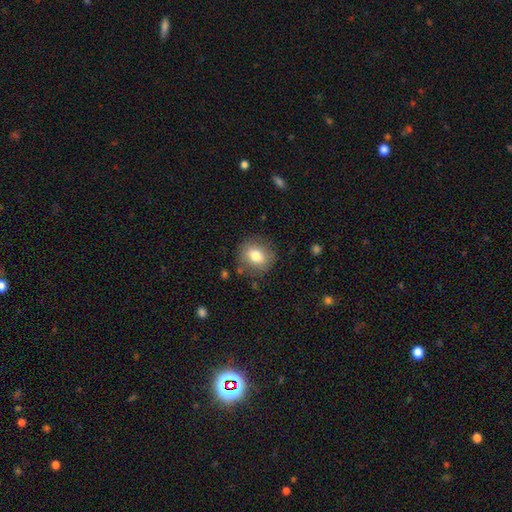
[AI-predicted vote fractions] A smooth galaxy with no disk features (79%) that is round (75%). Merging: none (83%).